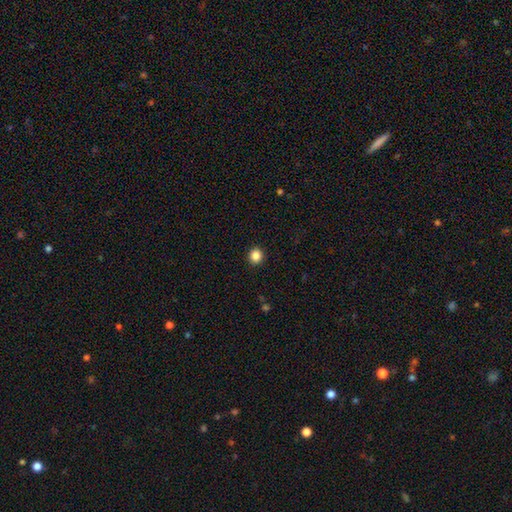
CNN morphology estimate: Smooth or featured? smooth (86%)
How rounded? round (90%)
Merging? none (93%)